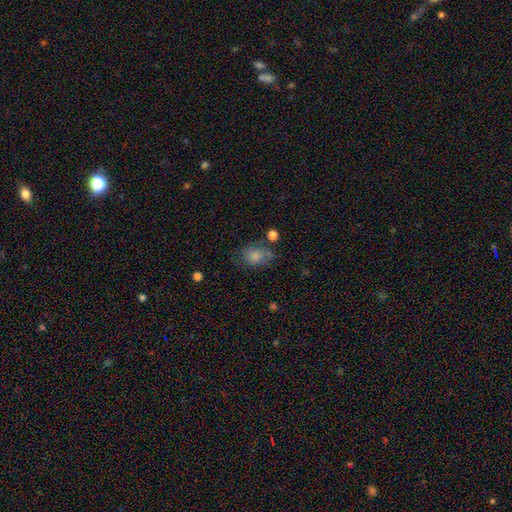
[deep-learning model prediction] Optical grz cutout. It shows a smooth galaxy with no disk features (80%) that is in between round and cigar-shaped (70%). Merging: none (50%).